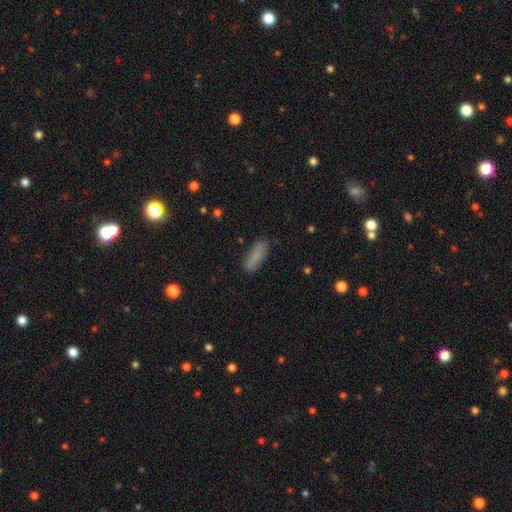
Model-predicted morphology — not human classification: Smooth or featured? Predicted: smooth (p=0.82). How rounded? Predicted: in between (p=0.52). Merging? Predicted: none (p=0.85).